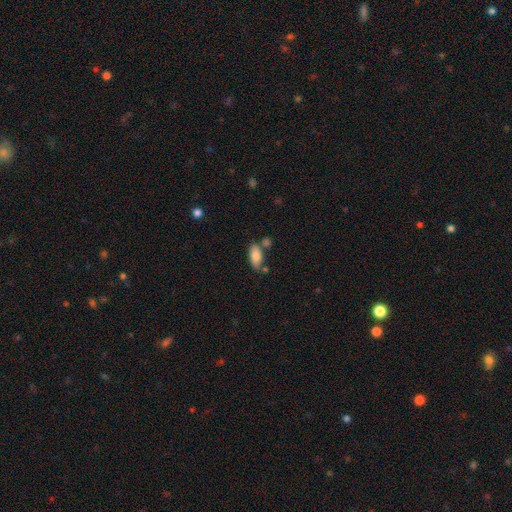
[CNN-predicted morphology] A smooth galaxy with no disk features (83%) that is in between round and cigar-shaped (87%). Merging: none (65%).